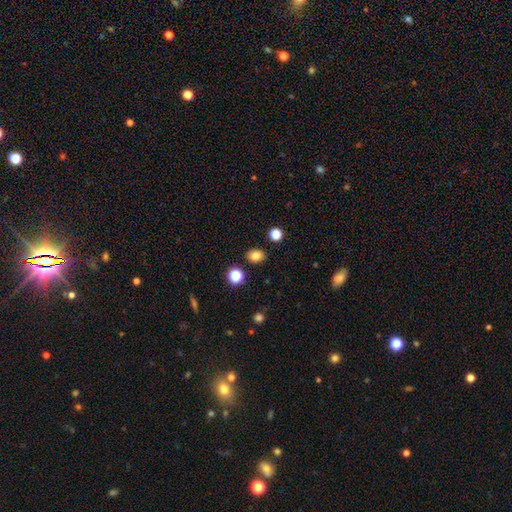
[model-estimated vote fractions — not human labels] This appears to be a smooth galaxy with no disk features (80%) that is in between round and cigar-shaped (54%). Merging: none (87%).